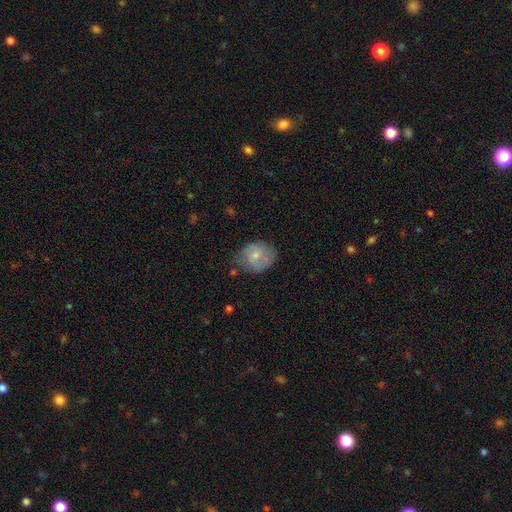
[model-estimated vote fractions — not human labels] This appears to be a smooth galaxy with no disk features (66%) that is round (61%). Merging: none (59%).